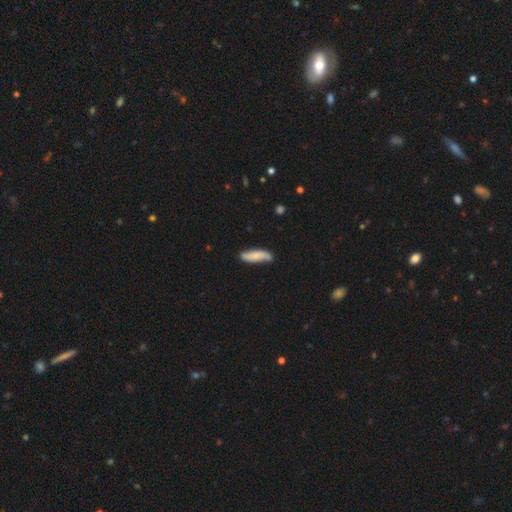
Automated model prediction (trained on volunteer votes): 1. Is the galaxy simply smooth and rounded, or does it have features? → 61% smooth, 33% featured or disk, 6% star or artifact.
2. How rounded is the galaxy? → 58% cigar-shaped, 40% in between, 2% round.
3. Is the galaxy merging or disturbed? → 72% none, 21% minor disturbance, 4% major disturbance, 3% merger.